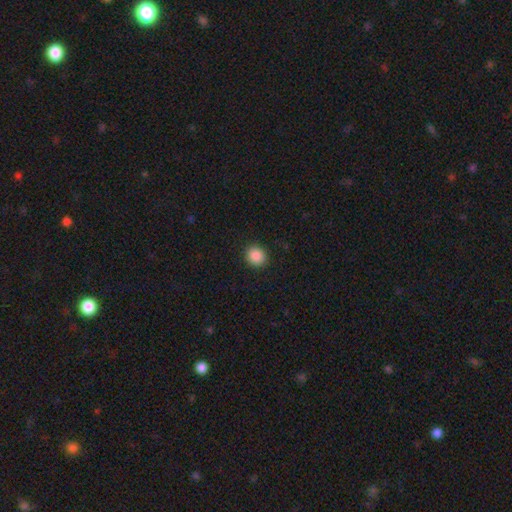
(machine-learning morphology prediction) A smooth galaxy with no disk features (88%) that is round (79%). Merging: none (91%).